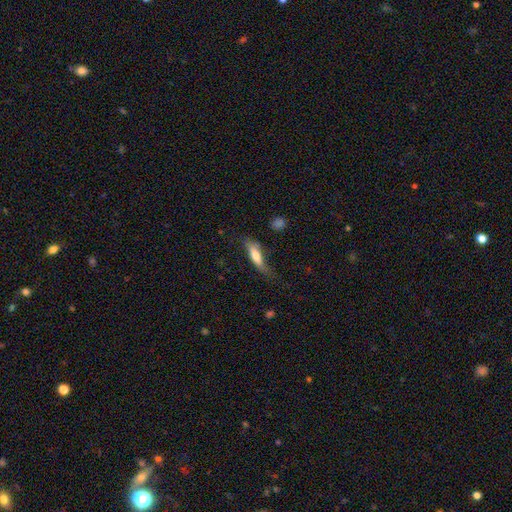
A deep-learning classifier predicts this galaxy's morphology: This appears to be a smooth galaxy with no disk features (66%) that is cigar-shaped (61%). Merging: none (53%).